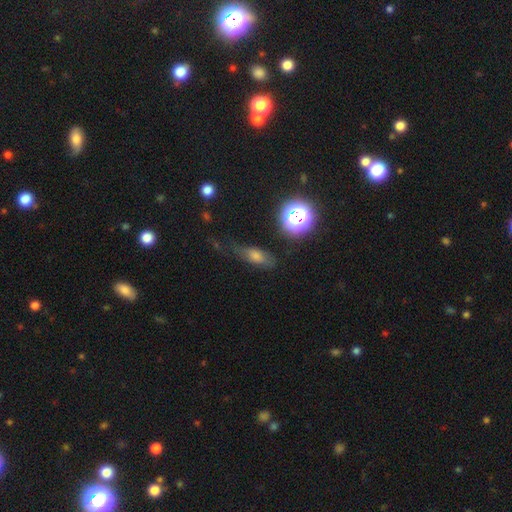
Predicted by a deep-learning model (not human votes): This appears to be a smooth galaxy with no disk features (61%) that is in between round and cigar-shaped (59%). Merging: none (58%).